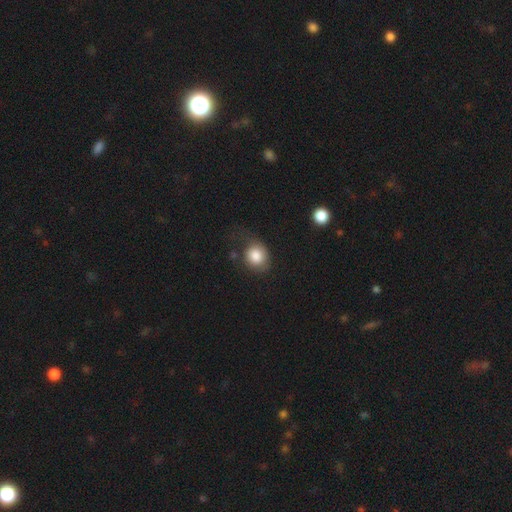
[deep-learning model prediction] This appears to be a smooth galaxy with no disk features (83%) that is round (67%). Merging: none (50%).